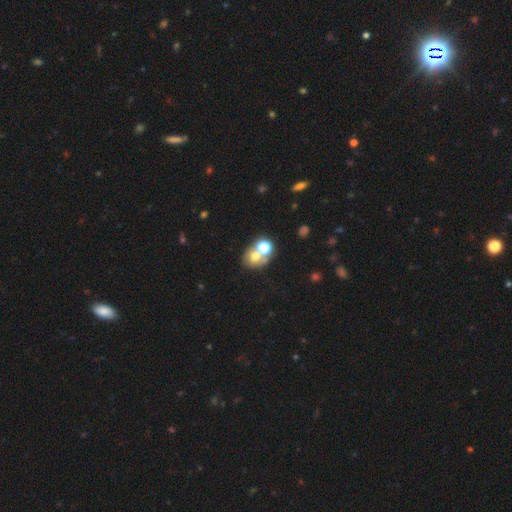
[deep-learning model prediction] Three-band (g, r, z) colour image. It shows a smooth galaxy with no disk features (63%) that is round (65%). Merging: merger (49%).